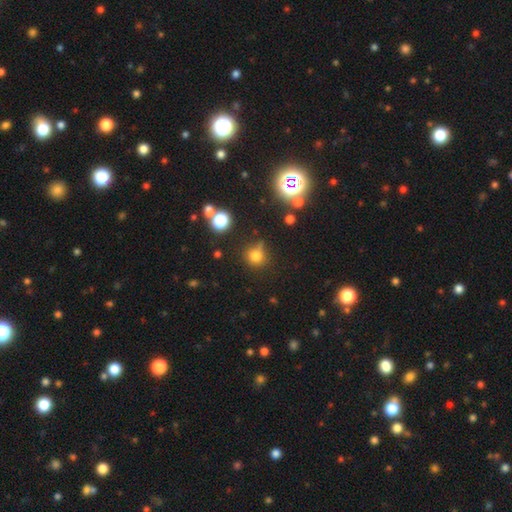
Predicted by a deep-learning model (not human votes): smooth-or-featured: smooth: 73% | star or artifact: 20% | featured or disk: 7%
  how-rounded: round: 88% | in between: 11% | cigar-shaped: 1%
  merging: none: 68% | minor disturbance: 19% | merger: 7% | major disturbance: 7%